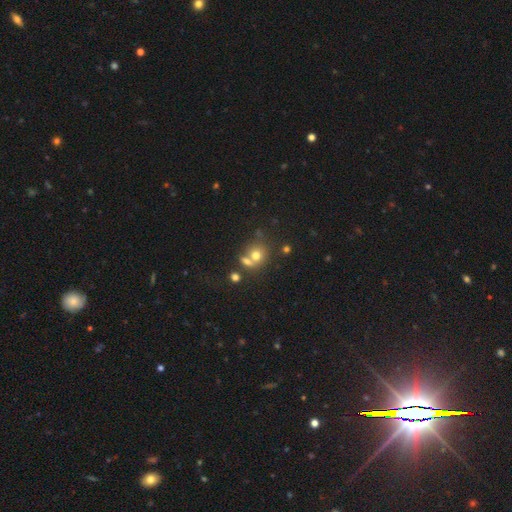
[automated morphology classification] Smooth or featured? Predicted: smooth (p=0.70). How rounded? Predicted: round (p=0.73). Merging? Predicted: merger (p=0.42, tied with none).